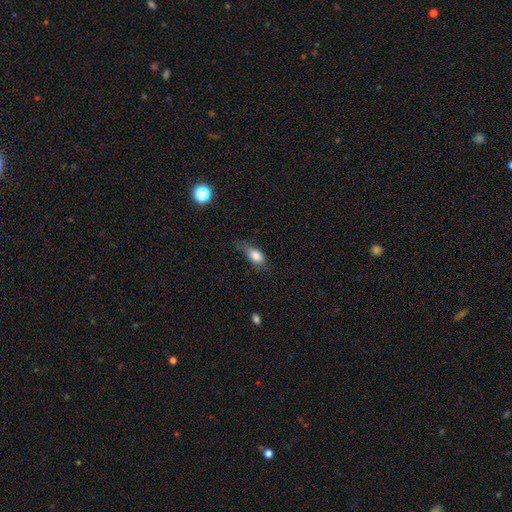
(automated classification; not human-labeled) Morphology: type=smooth (79%); roundness=in between (82%); merging=minor disturbance (37%, tied with none).